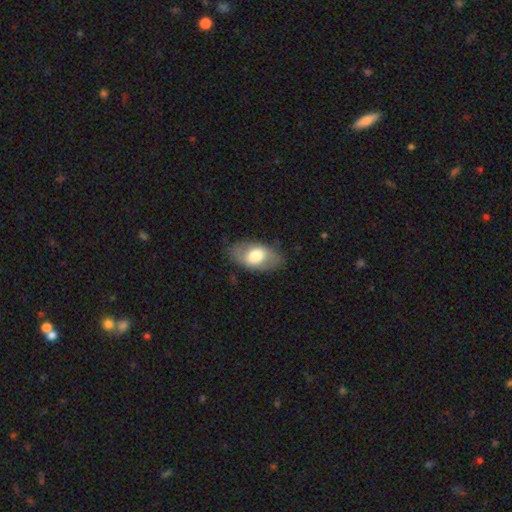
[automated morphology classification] smooth 60%, featured or disk 34%, star or artifact 6%. Down the decision tree: how rounded — in between (92%); merging — none (78%).